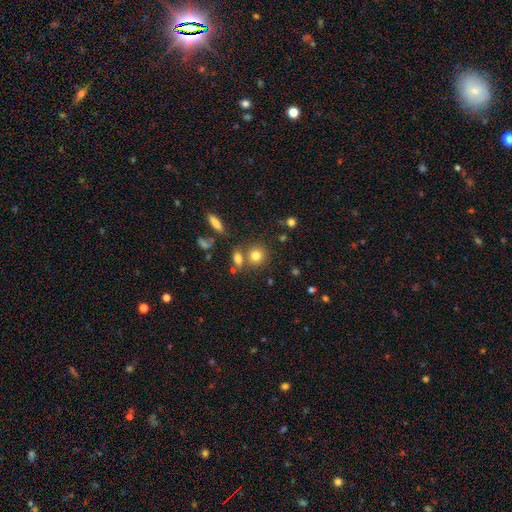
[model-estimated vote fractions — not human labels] Overall: smooth (78%). How rounded: round (80%). Merging: none (65%).